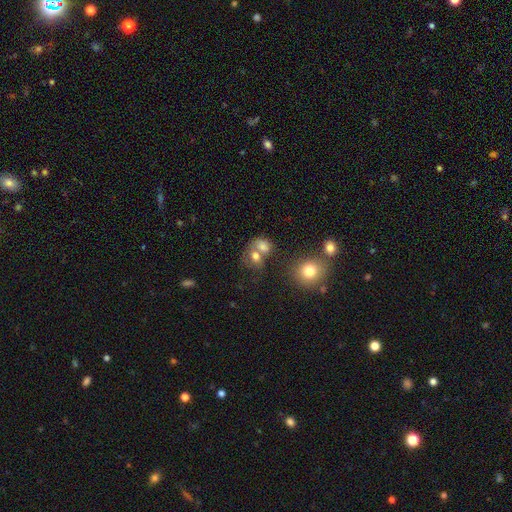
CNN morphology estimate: The model was most divided on "how rounded": round: 53%, in between: 45%, cigar-shaped: 2%. Remaining: smooth or featured — smooth (61%); merging — merger (49%).